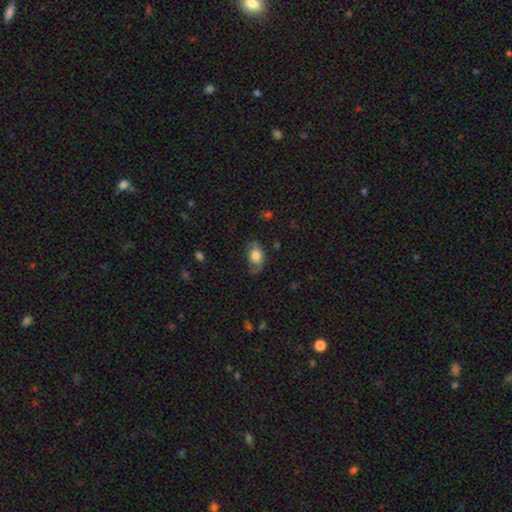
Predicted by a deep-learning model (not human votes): Morphology: type=smooth (72%); roundness=in between (89%); merging=none (59%).